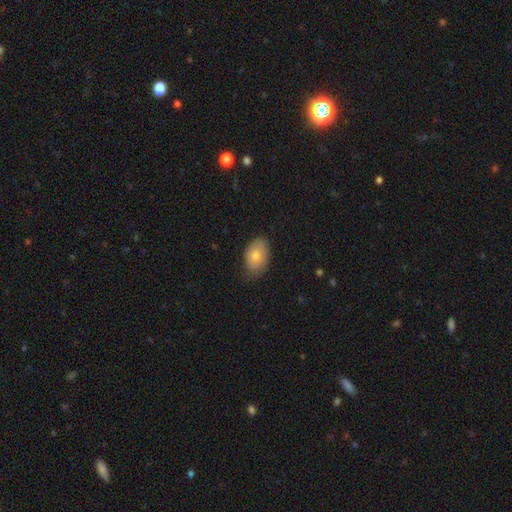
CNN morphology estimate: type=smooth (74%); roundness=in between (83%); merging=none (72%).